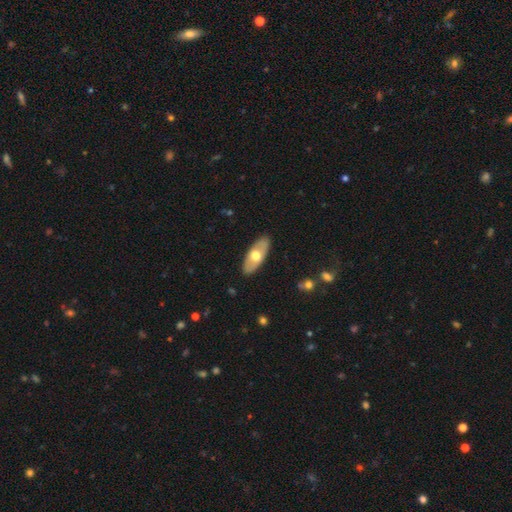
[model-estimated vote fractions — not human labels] This is possibly a smooth galaxy (52%). How rounded: clearly in between (84%). Merging: clearly none (87%).